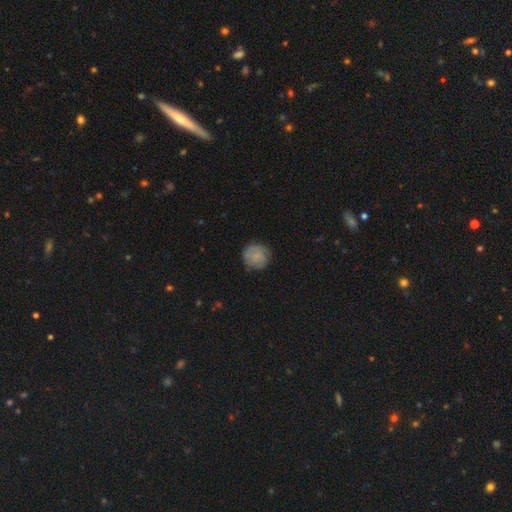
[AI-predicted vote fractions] This is likely a smooth galaxy (73%). How rounded: clearly round (92%). Merging: likely none (78%).